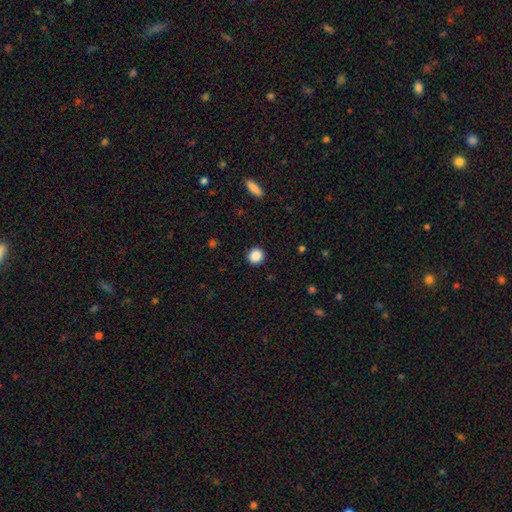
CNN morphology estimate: Overall: smooth (88%). How rounded: round (93%). Merging: none (92%).